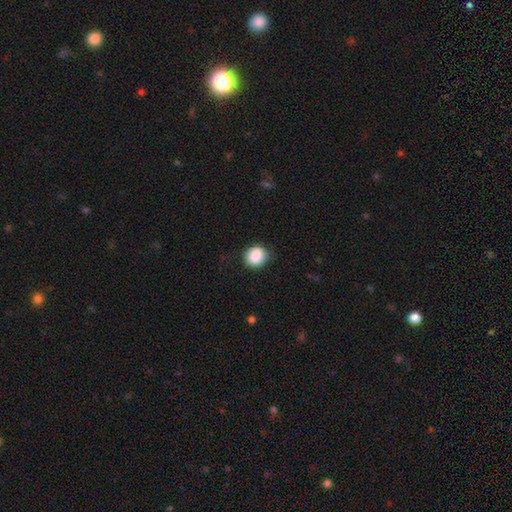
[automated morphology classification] Smooth or featured? smooth (87%)
How rounded? round (73%)
Merging? none (79%)